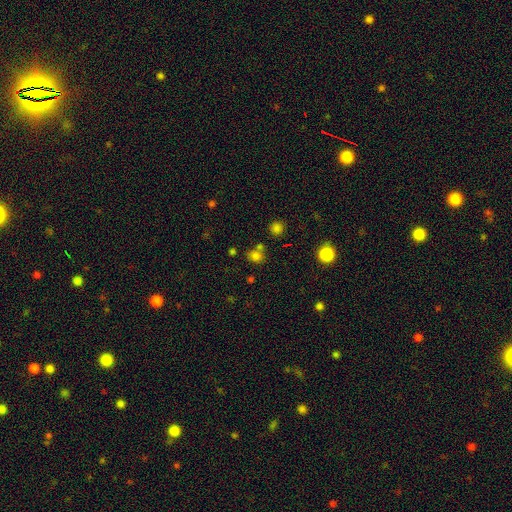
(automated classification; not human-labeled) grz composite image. It shows a smooth galaxy with no disk features (72%) that is round (64%). Merging: none (65%).